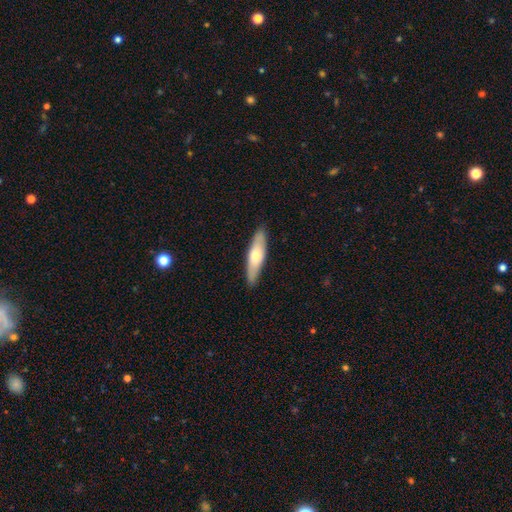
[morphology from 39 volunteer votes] This is possibly a smooth galaxy (49%). How rounded: likely cigar-shaped (79%). Merging: clearly none (83%).